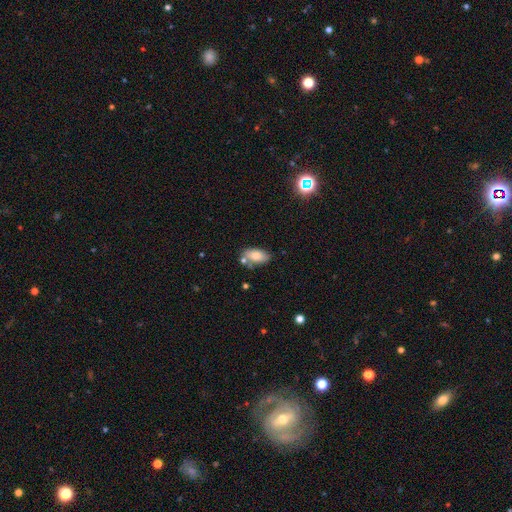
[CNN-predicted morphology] smooth_or_featured: smooth (p=0.77) [alt: featured or disk p=0.15]
how_rounded: in between (p=0.92) [alt: cigar-shaped p=0.04]
merging: none (p=0.68) [alt: minor disturbance p=0.16]